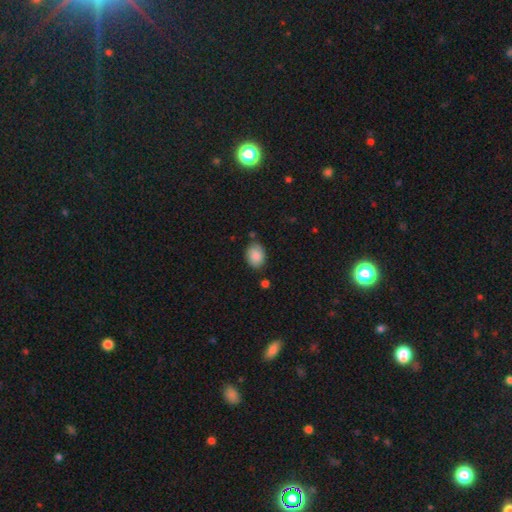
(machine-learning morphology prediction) smooth 87%, star or artifact 7%, featured or disk 5%. Down the decision tree: how rounded — in between (75%); merging — none (73%).